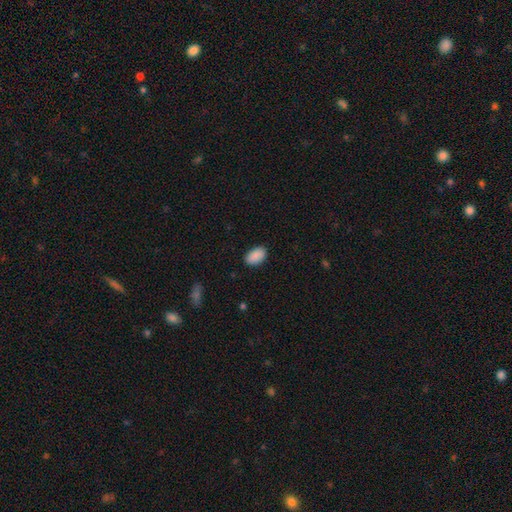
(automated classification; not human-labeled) Smooth or featured? Predicted: smooth (p=0.90). How rounded? Predicted: in between (p=0.93). Merging? Predicted: none (p=0.87).